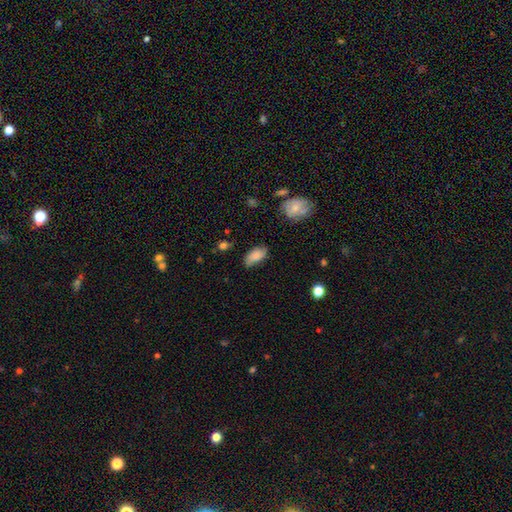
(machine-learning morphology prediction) Q: Smooth or featured?
A: smooth (80%); runner-up: featured or disk (12%)
Q: How rounded?
A: in between (92%); runner-up: cigar-shaped (4%)
Q: Merging?
A: none (70%); runner-up: minor disturbance (23%)